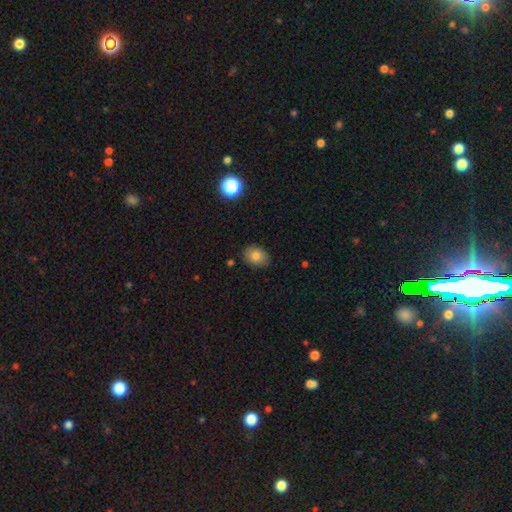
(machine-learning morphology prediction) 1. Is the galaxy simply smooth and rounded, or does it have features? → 80% smooth, 10% star or artifact, 10% featured or disk.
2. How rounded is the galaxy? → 62% in between, 37% round, 1% cigar-shaped.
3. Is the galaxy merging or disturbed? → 81% none, 15% minor disturbance, 3% major disturbance, 2% merger.